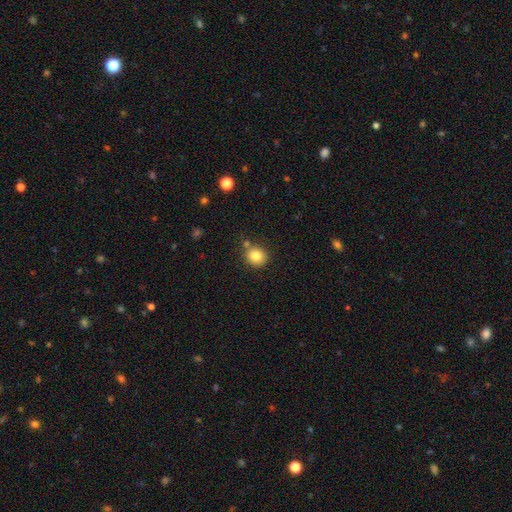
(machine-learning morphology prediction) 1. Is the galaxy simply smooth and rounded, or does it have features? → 83% smooth, 10% star or artifact, 7% featured or disk.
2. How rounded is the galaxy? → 83% round, 16% in between, 1% cigar-shaped.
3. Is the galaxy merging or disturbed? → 76% none, 11% minor disturbance, 10% merger, 3% major disturbance.